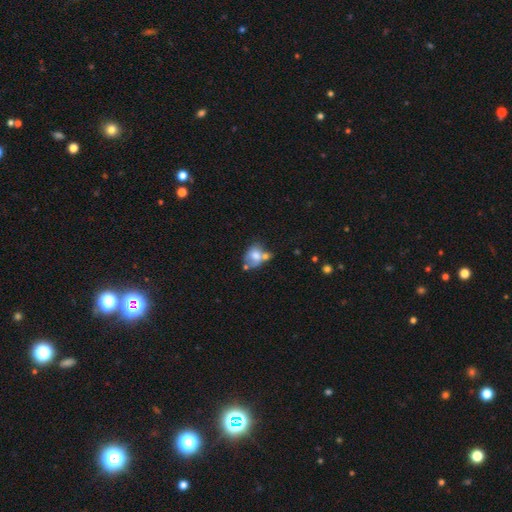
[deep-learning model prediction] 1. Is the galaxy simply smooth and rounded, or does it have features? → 63% smooth, 28% featured or disk, 9% star or artifact.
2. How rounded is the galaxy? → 62% in between, 37% round, 1% cigar-shaped.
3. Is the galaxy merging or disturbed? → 44% merger, 26% none, 17% minor disturbance, 13% major disturbance.